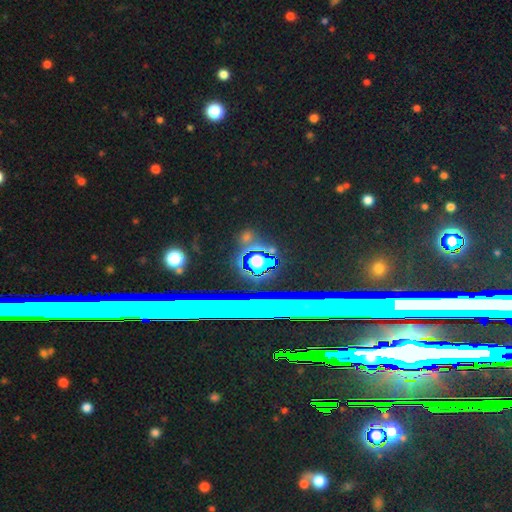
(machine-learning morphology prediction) star or artifact 77%, smooth 12%, featured or disk 11%.